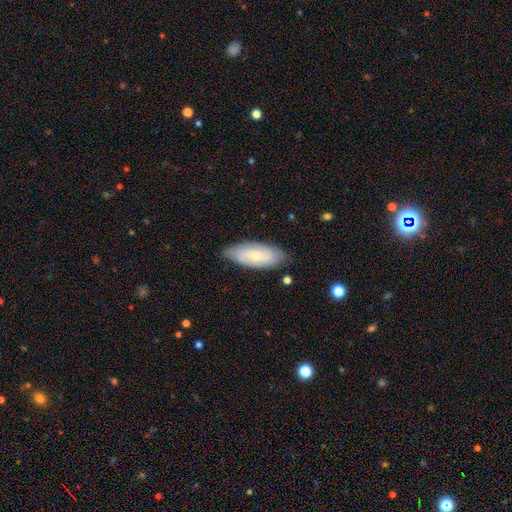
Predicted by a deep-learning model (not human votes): smooth-or-featured: smooth: 51% | featured or disk: 43% | star or artifact: 6%
  how-rounded: in between: 82% | cigar-shaped: 15% | round: 2%
  merging: none: 77% | minor disturbance: 19% | major disturbance: 3% | merger: 1%